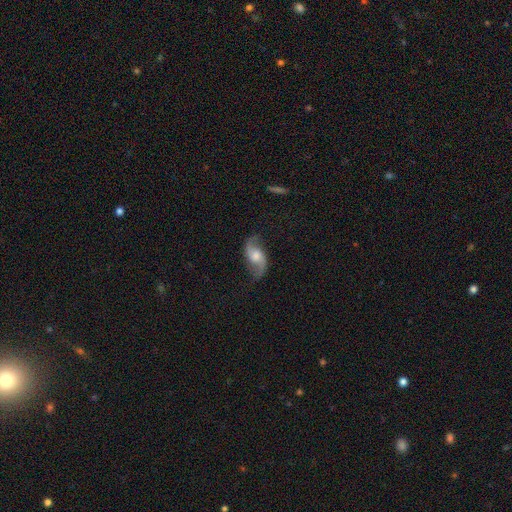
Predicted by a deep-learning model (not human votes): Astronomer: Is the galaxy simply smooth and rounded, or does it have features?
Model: featured or disk — 82%.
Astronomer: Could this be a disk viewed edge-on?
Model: no — 96%.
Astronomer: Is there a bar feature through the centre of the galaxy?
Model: no — 50% (runner-up: weak, 41%).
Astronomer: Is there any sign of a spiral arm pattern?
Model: yes — 95%.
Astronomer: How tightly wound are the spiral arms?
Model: loose — 70%.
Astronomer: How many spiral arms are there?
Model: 2 — 93%.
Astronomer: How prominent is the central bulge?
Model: moderate — 50%.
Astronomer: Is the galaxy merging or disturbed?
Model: none — 76%.